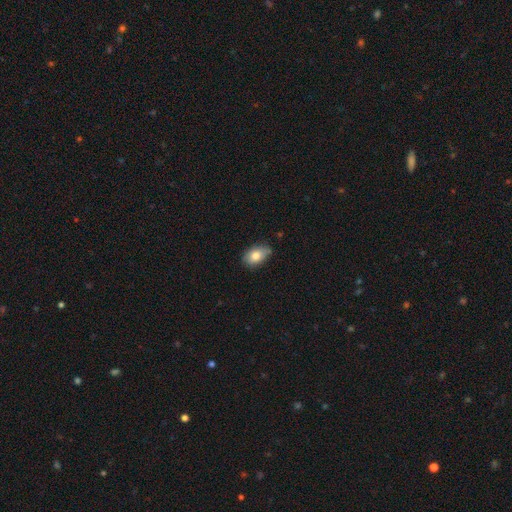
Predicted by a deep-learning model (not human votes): Smooth or featured? smooth (79%)
How rounded? in between (90%)
Merging? none (68%)